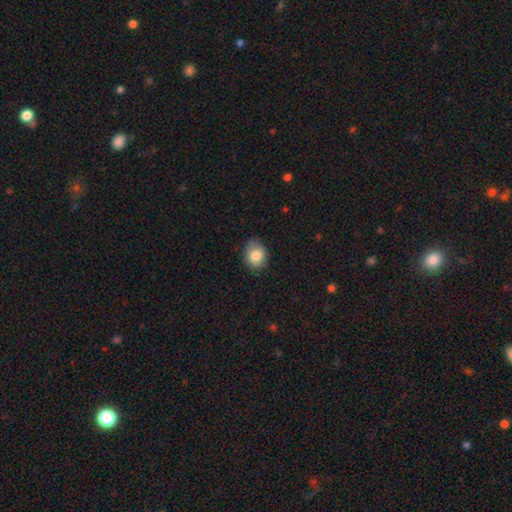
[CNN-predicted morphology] smooth 84%, star or artifact 8%, featured or disk 8%. Down the decision tree: how rounded — round (52%); merging — none (81%).